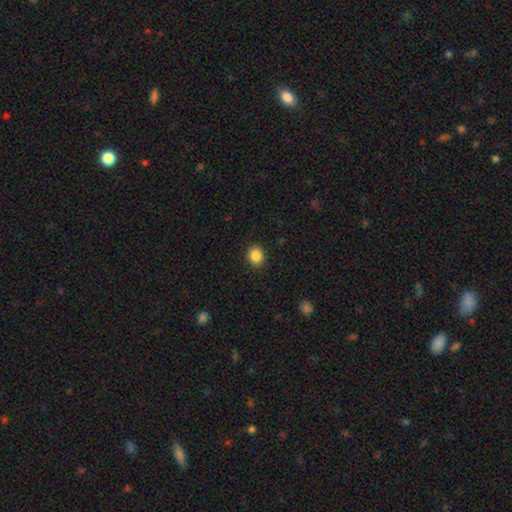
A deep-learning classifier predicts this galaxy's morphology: This appears to be a smooth galaxy with no disk features (87%) that is round (79%). Merging: none (91%).